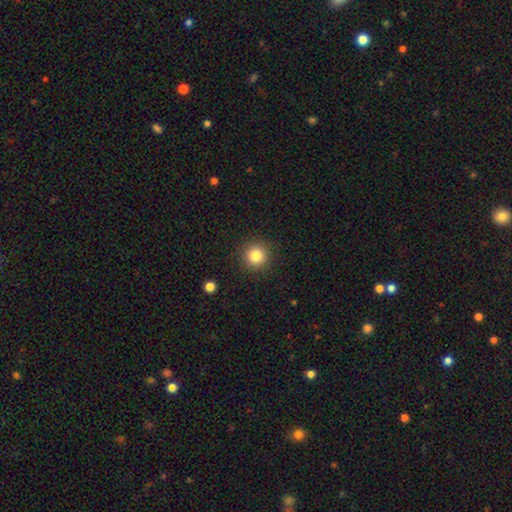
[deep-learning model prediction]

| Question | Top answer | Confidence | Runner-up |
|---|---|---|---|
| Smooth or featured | smooth | 83% | star or artifact (11%) |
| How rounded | round | 95% | in between (4%) |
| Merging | none | 91% | minor disturbance (6%) |